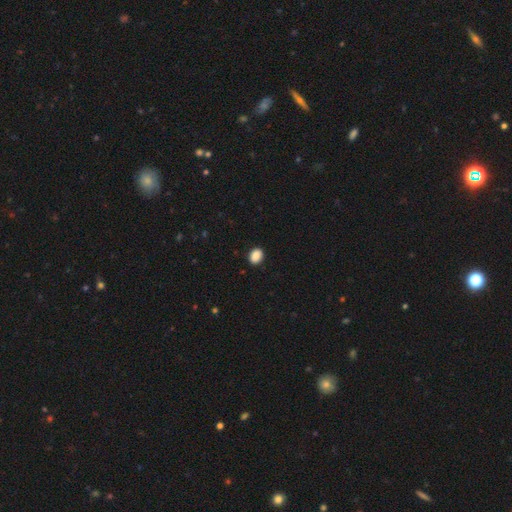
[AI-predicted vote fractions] Smooth or featured? Predicted: smooth (p=0.89). How rounded? Predicted: in between (p=0.70). Merging? Predicted: none (p=0.89).